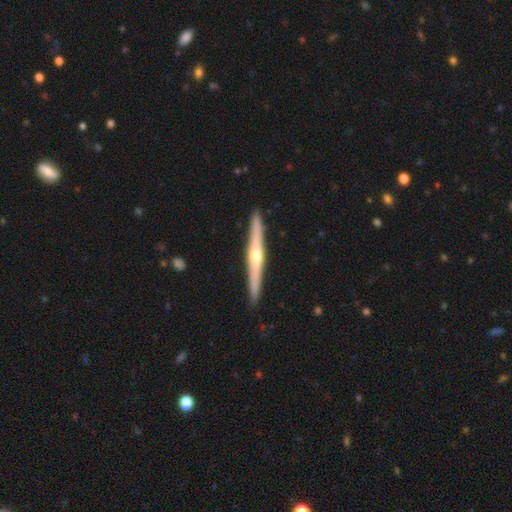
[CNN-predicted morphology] type=featured or disk (70%); edge-on=yes (97%); edge-on bulge=rounded (88%); merging=none (92%).